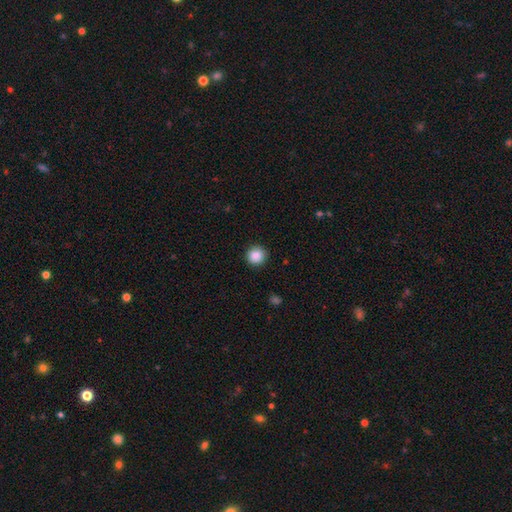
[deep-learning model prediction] This is clearly a smooth galaxy (88%). How rounded: clearly round (94%). Merging: clearly none (92%).